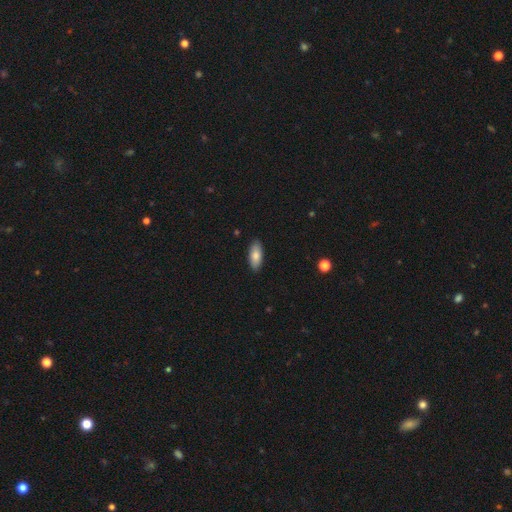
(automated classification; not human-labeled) Q: Smooth or featured?
A: smooth (81%); runner-up: featured or disk (12%)
Q: How rounded?
A: in between (85%); runner-up: cigar-shaped (13%)
Q: Merging?
A: none (89%); runner-up: minor disturbance (8%)